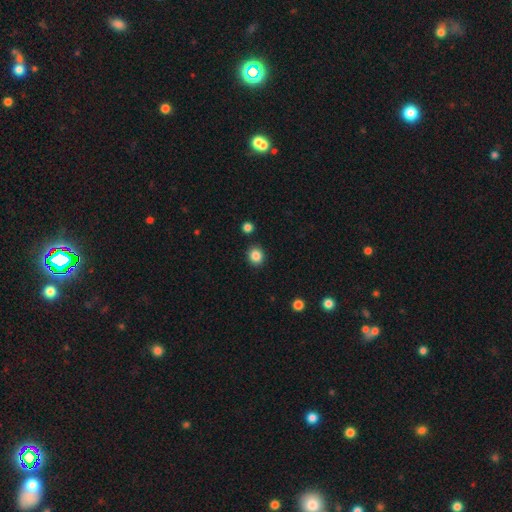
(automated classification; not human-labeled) Overall: smooth (86%). How rounded: round (81%). Merging: none (89%).